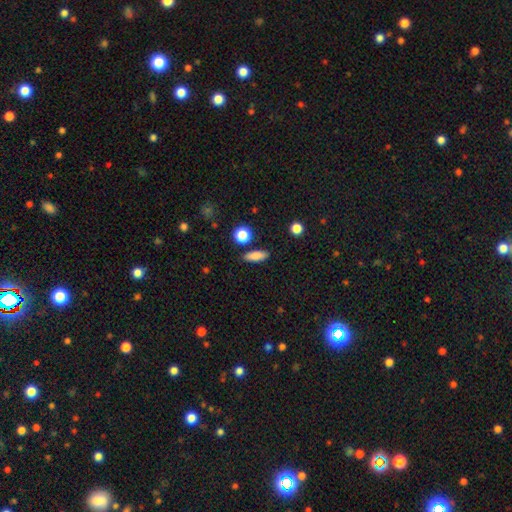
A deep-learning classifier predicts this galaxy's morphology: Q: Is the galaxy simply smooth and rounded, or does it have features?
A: smooth — 83%.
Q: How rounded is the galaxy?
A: in between — 52%.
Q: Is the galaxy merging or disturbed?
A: none — 86%.